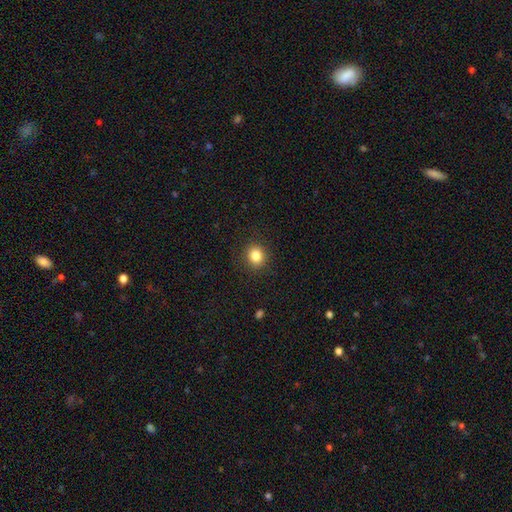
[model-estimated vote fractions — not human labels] Smooth or featured? Predicted: smooth (p=0.84). How rounded? Predicted: round (p=0.79). Merging? Predicted: none (p=0.90).